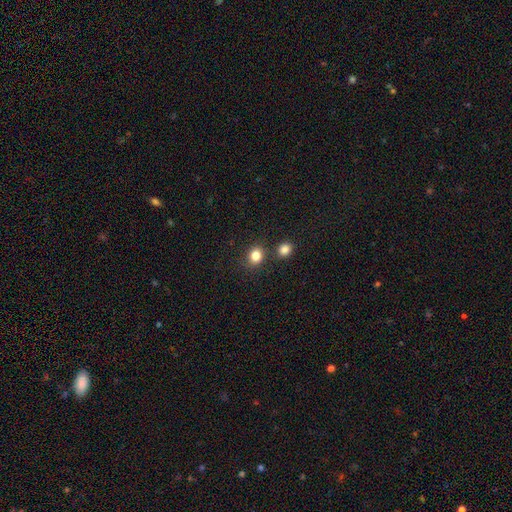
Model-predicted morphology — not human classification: Smooth or featured? Predicted: smooth (p=0.83). How rounded? Predicted: round (p=0.71). Merging? Predicted: none (p=0.76).